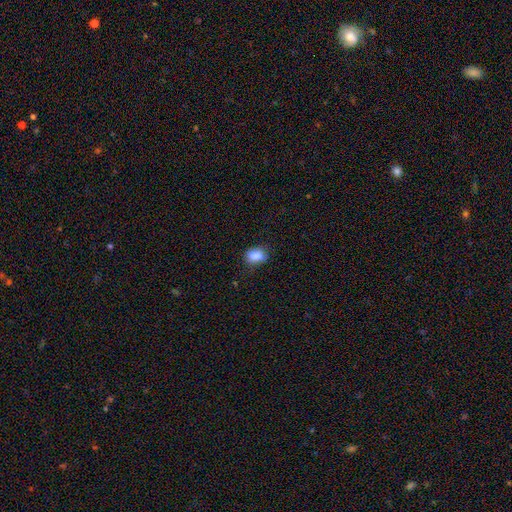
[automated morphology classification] smooth 85%, star or artifact 9%, featured or disk 6%. Down the decision tree: how rounded — in between (74%); merging — none (68%).